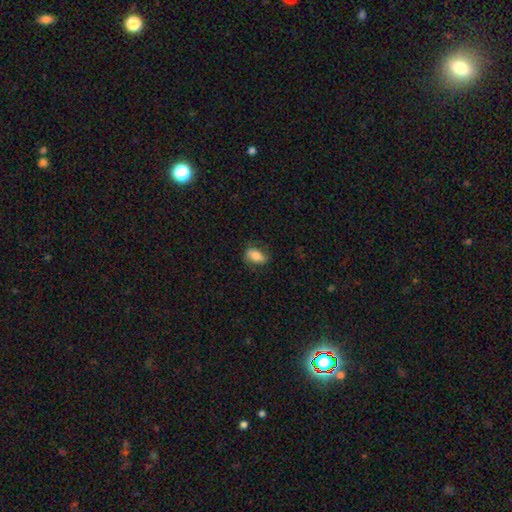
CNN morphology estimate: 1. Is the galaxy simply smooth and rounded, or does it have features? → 75% smooth, 17% featured or disk, 7% star or artifact.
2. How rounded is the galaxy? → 87% in between, 10% round, 4% cigar-shaped.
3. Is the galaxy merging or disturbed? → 71% none, 21% minor disturbance, 7% major disturbance, 1% merger.